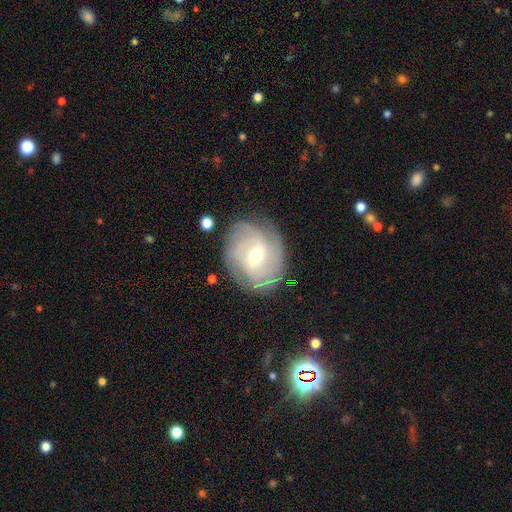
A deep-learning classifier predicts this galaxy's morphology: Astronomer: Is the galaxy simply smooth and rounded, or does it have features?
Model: featured or disk — 80%.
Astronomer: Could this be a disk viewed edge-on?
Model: no — 96%.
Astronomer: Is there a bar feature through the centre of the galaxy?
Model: weak — 57%.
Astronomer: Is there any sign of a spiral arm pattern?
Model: yes — 91%.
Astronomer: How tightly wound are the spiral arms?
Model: tight — 54% (runner-up: medium, 32%).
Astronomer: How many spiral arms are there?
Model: can't tell — 33% (runner-up: 2, 30%).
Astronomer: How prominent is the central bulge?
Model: moderate — 64%.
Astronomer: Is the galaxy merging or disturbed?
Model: none — 75%.